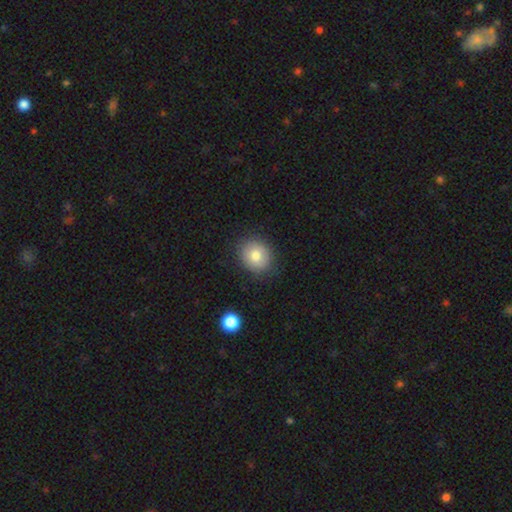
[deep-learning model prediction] This is likely a smooth galaxy (77%). How rounded: likely round (74%). Merging: clearly none (85%).